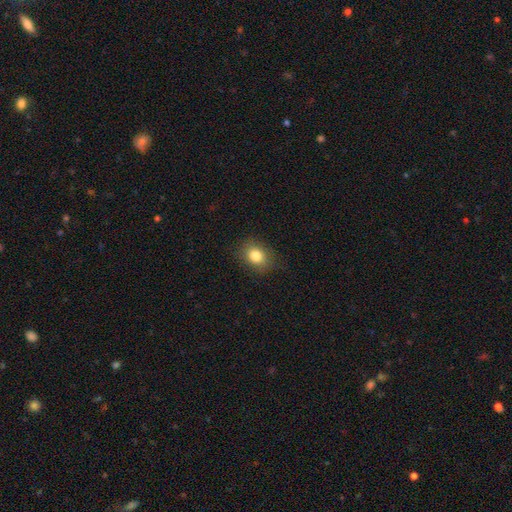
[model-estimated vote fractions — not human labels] Morphology: type=smooth (82%); roundness=in between (51%); merging=none (85%).